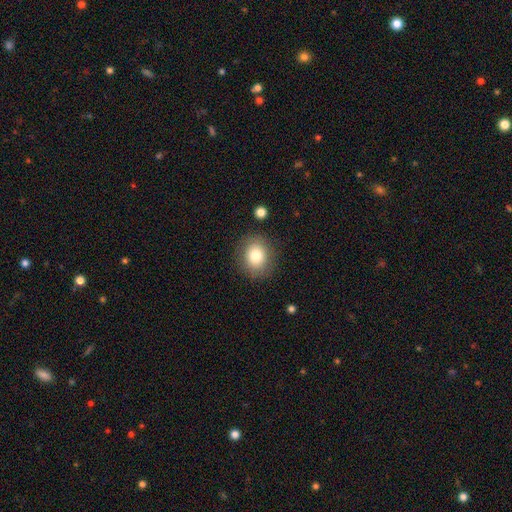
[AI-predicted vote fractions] Morphology: type=smooth (80%); roundness=round (72%); merging=none (86%).